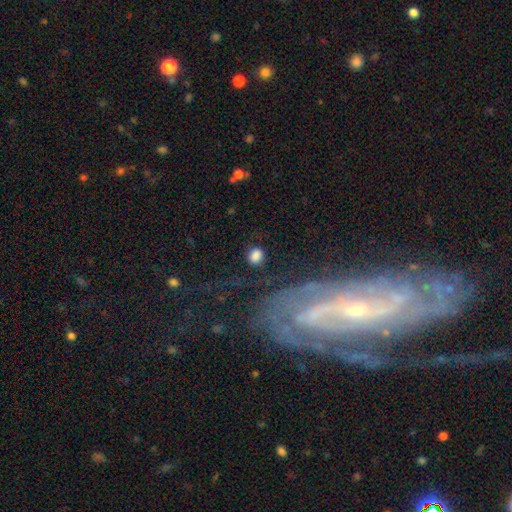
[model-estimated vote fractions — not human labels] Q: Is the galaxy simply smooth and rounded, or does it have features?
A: smooth — 80%.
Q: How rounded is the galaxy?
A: round — 74%.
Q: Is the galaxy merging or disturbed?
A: none — 78%.